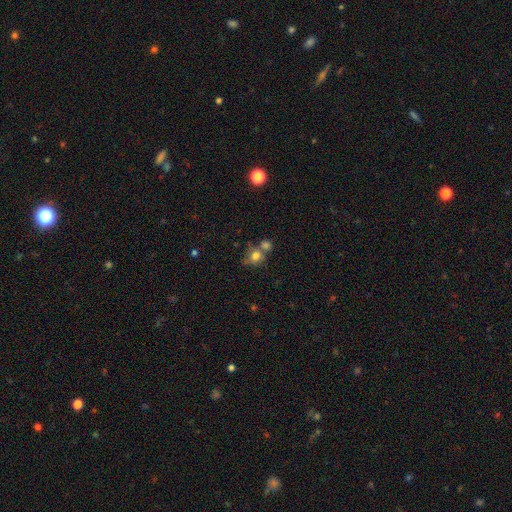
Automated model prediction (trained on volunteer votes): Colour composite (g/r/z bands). It shows a smooth galaxy with no disk features (73%) that is round (66%). Merging: none (40%).